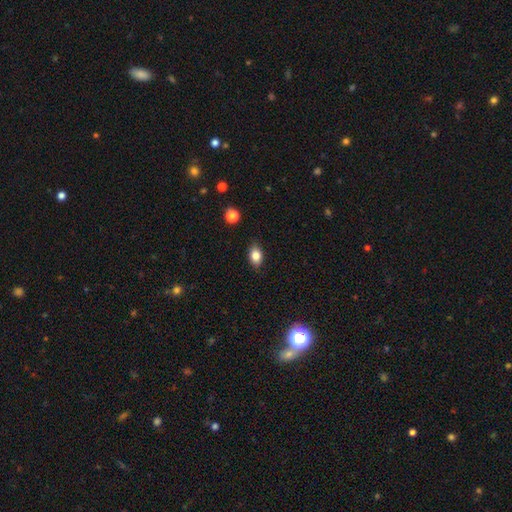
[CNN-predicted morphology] A smooth galaxy with no disk features (82%) that is in between round and cigar-shaped (82%).

Vote fractions:
- Smooth or featured? smooth: 82% / star or artifact: 9% / featured or disk: 8%
- How rounded? in between: 82% / round: 16% / cigar-shaped: 2%
- Merging? none: 85% / minor disturbance: 11% / major disturbance: 2% / merger: 1%